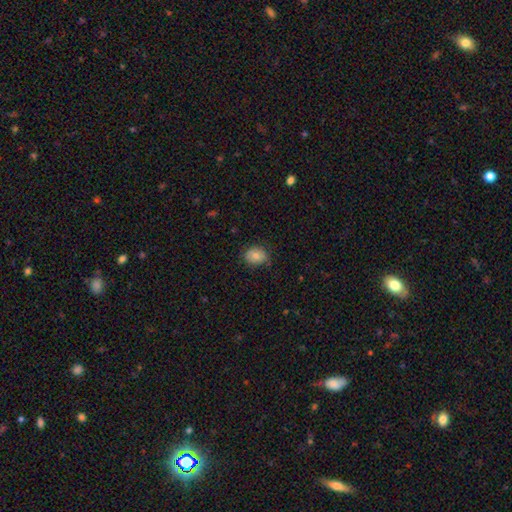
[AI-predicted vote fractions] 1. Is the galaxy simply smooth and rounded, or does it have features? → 79% smooth, 12% featured or disk, 9% star or artifact.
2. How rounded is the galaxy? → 50% round, 49% in between, 1% cigar-shaped.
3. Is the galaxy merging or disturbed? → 76% none, 20% minor disturbance, 4% major disturbance, 1% merger.